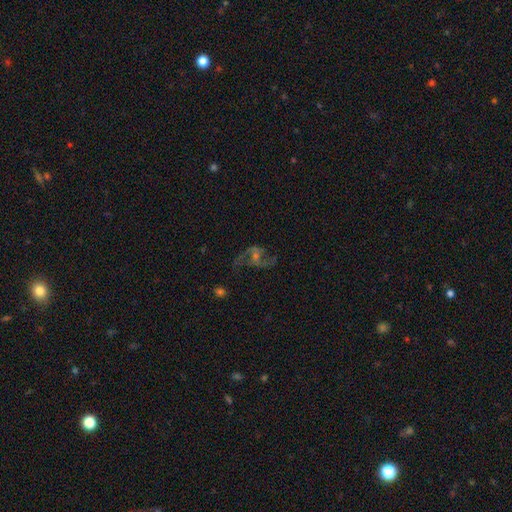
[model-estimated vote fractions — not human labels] A featured or disk galaxy (80%) with no bar (50%), 2 (87%) loose (62%) spiral arms (92%) and a small central bulge (56%).

Vote fractions:
- Smooth or featured? featured or disk: 80% / star or artifact: 11% / smooth: 8%
- Edge-on disk? no: 97% / yes: 3%
- Bar? no: 50% / weak: 38% / strong: 12%
- Spiral arms? yes: 92% / no: 8%
- Spiral winding? loose: 62% / medium: 32% / tight: 6%
- Spiral arm count? 2: 87% / can't tell: 4% / 1: 3% / 3: 2% / 4: 1% / more than 4: 1%
- Bulge size? small: 56% / moderate: 33% / none: 7% / large: 2% / dominant: 1%
- Merging? none: 63% / major disturbance: 18% / minor disturbance: 16% / merger: 3%